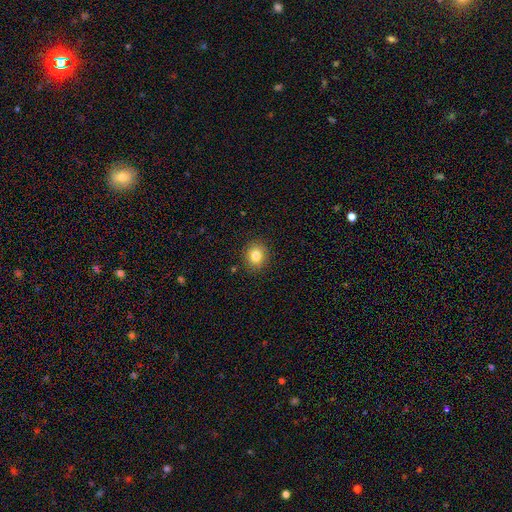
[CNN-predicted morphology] This is clearly a smooth galaxy (82%). How rounded: likely round (77%). Merging: clearly none (88%).